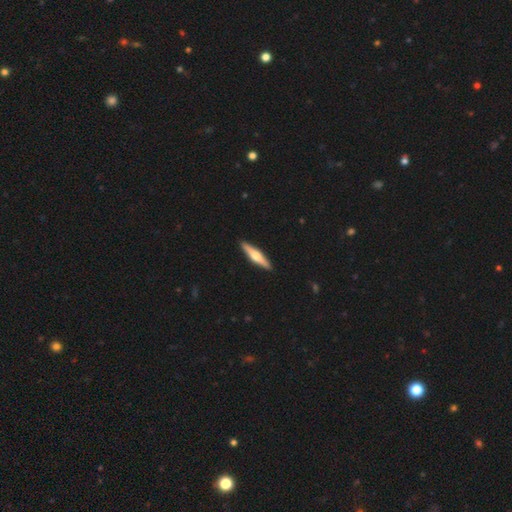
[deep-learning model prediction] The model was most divided on "smooth or featured": featured or disk: 62%, smooth: 34%, star or artifact: 5%. More confident: edge-on disk — yes (97%); merging — none (92%); edge-on bulge — rounded (92%).